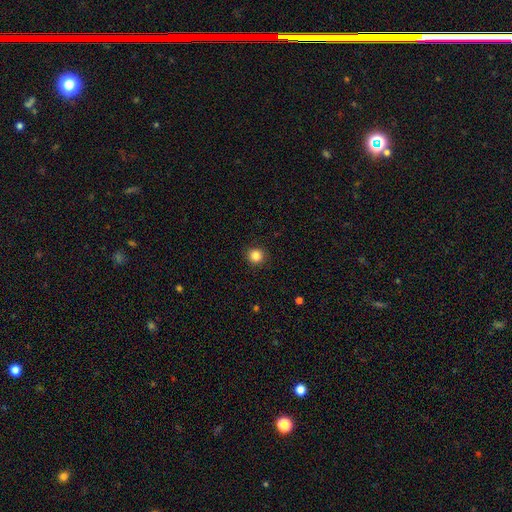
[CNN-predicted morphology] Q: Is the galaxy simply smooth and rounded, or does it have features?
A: smooth — 84%.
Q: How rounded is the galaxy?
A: round — 93%.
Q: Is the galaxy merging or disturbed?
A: none — 92%.